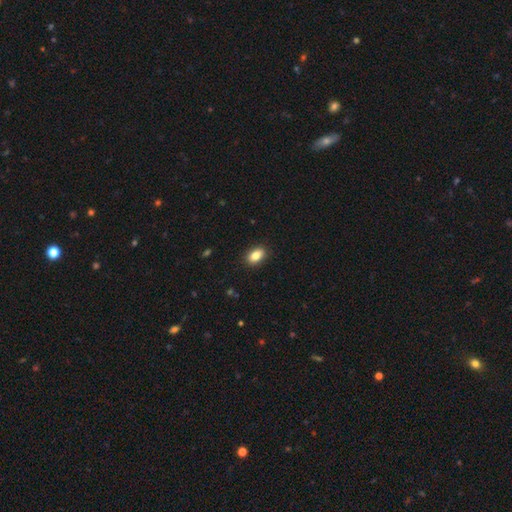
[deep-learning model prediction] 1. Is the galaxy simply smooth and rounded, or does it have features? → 83% smooth, 8% star or artifact, 8% featured or disk.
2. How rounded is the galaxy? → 85% in between, 13% round, 2% cigar-shaped.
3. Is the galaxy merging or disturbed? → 90% none, 8% minor disturbance, 2% major disturbance, 1% merger.